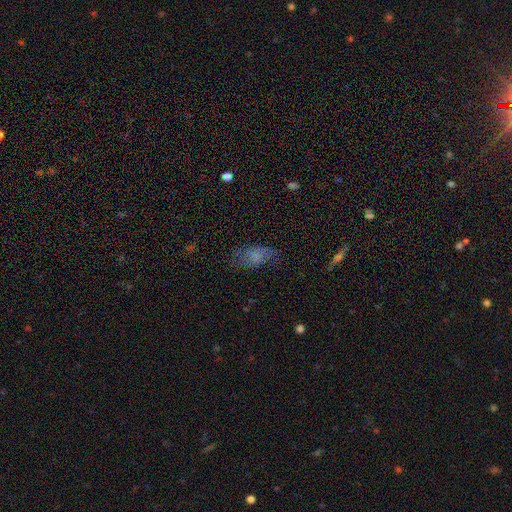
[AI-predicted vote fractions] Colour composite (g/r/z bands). It shows a smooth galaxy with no disk features (61%) that is in between round and cigar-shaped (88%). Merging: none (54%).